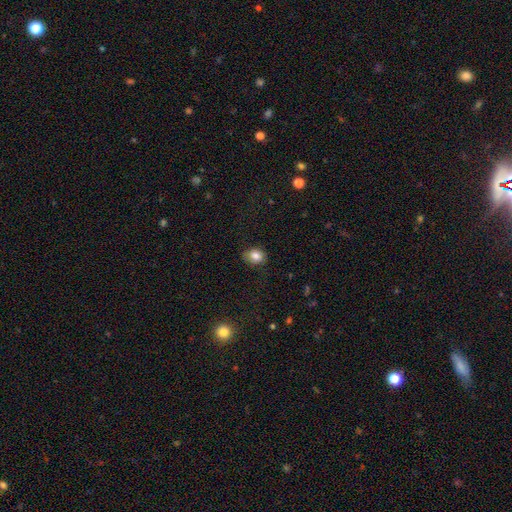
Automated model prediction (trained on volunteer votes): Q: Smooth or featured?
A: smooth (82%); runner-up: star or artifact (10%)
Q: How rounded?
A: round (50%); runner-up: in between (49%)
Q: Merging?
A: none (77%); runner-up: minor disturbance (18%)